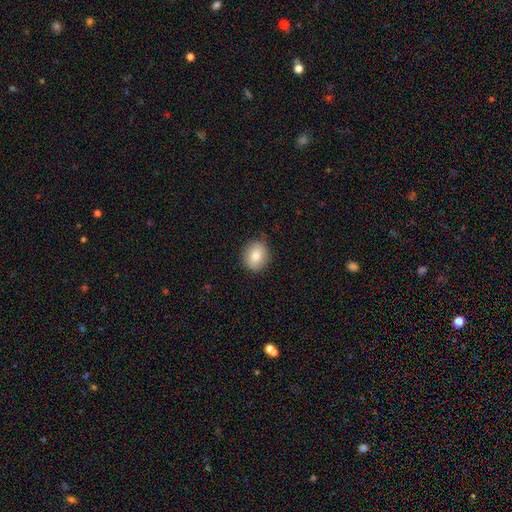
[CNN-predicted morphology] Smooth or featured? Predicted: smooth (p=0.83). How rounded? Predicted: round (p=0.70). Merging? Predicted: none (p=0.85).